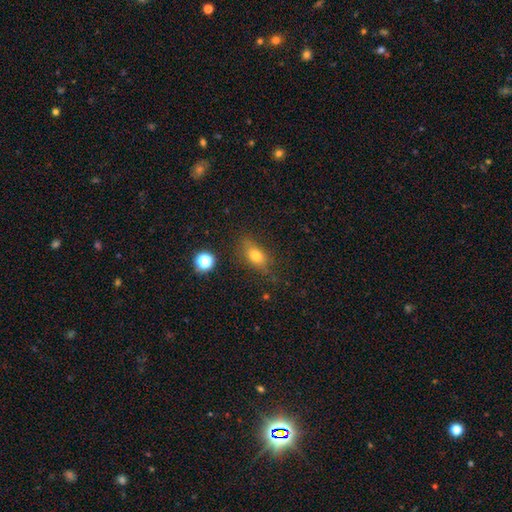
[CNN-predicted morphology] The model was most divided on "merging": none: 74%, minor disturbance: 18%, major disturbance: 6%, merger: 2%. More confident: smooth or featured — smooth (73%); how rounded — in between (73%).